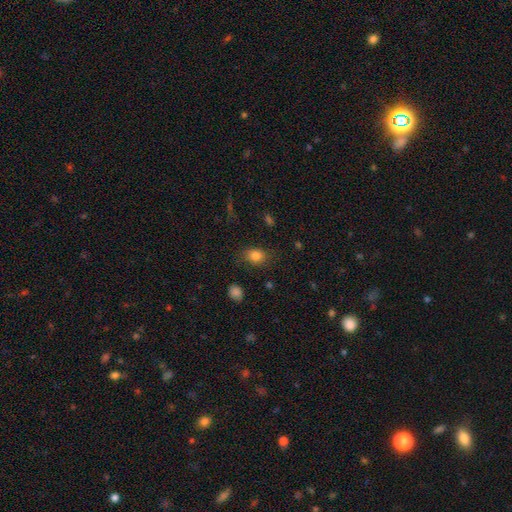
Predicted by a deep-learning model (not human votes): The model was most divided on "how rounded": in between: 56%, round: 43%, cigar-shaped: 1%. More confident: smooth or featured — smooth (82%); merging — none (80%).